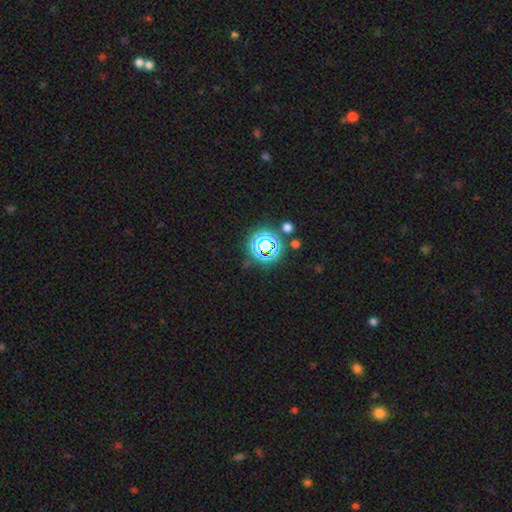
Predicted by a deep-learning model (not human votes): A star or artifact, not a galaxy (57%).